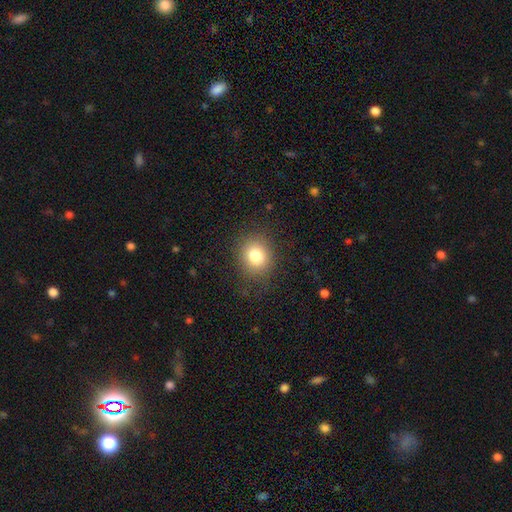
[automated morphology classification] Smooth or featured: smooth — 80% (star or artifact — 11%)
How rounded: round — 76% (in between — 23%)
Merging: none — 84% (minor disturbance — 10%)